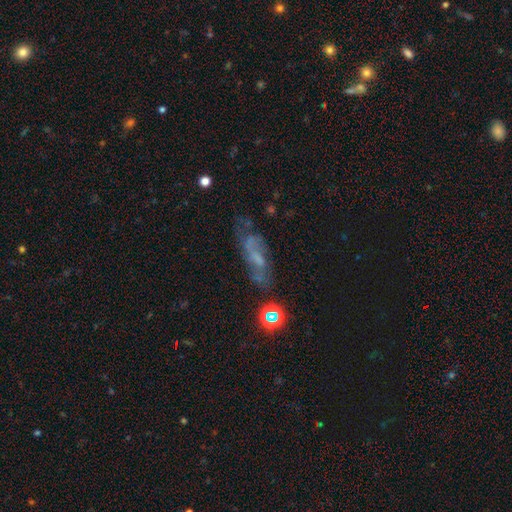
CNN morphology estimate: Overall: featured or disk (55%; smooth 27%). Edge-on disk: no (79%). Merging: none (55%; minor disturbance 22%).